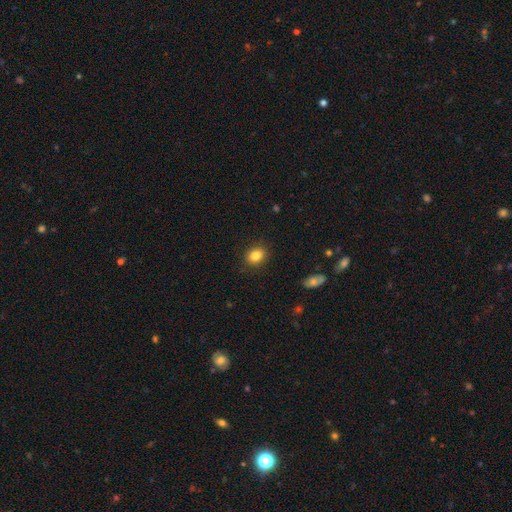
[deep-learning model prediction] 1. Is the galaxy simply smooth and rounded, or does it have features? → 84% smooth, 10% star or artifact, 6% featured or disk.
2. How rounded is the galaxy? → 51% in between, 48% round, 1% cigar-shaped.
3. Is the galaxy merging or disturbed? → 88% none, 8% minor disturbance, 2% major disturbance, 1% merger.